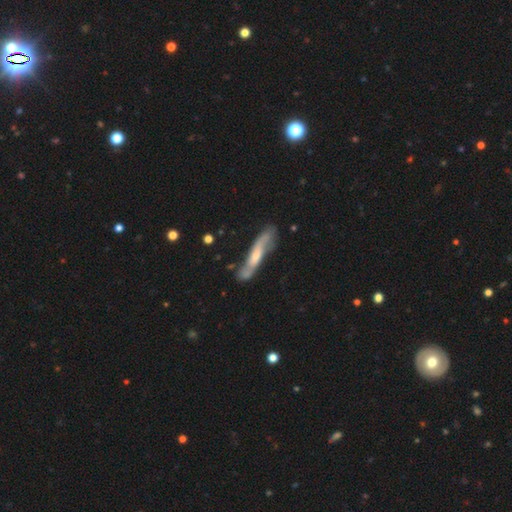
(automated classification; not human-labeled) Smooth or featured?
  - featured or disk: 63% *
  - smooth: 31%
  - star or artifact: 7%
Edge-on disk?
  - yes: 52% *
  - no: 48%
Merging?
  - none: 65% *
  - minor disturbance: 22%
  - major disturbance: 8%
  - merger: 5%